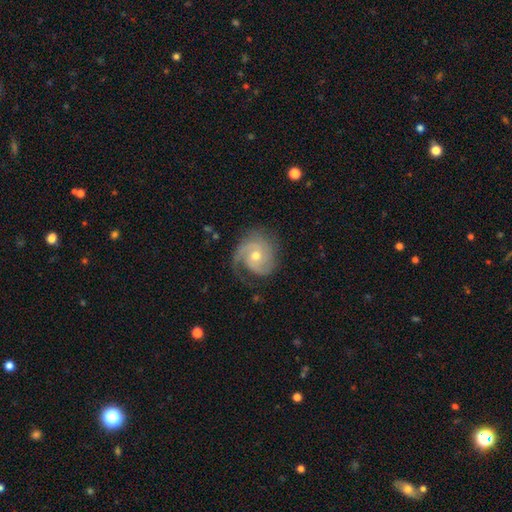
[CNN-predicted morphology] type=featured or disk (86%); edge-on=no (98%); bar=no (70%); spiral arms=yes (97%); winding=tight (49%); arm count=2 (43%); bulge=moderate (58%); merging=none (68%).